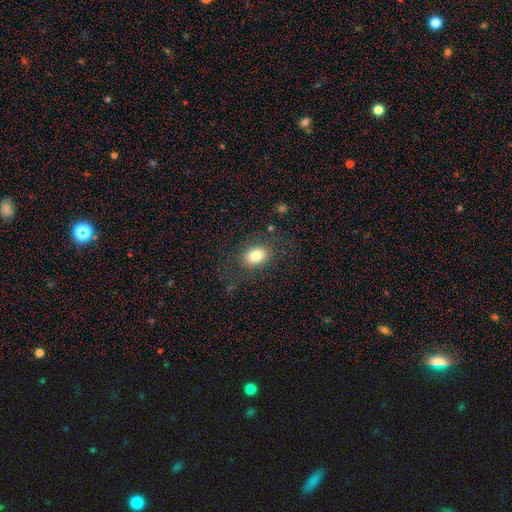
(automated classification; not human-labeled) Morphology: type=smooth (81%); roundness=in between (78%); merging=none (81%).